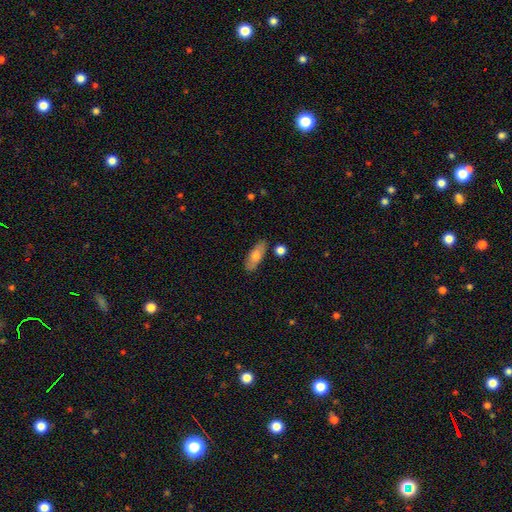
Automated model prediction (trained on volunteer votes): This is likely a smooth galaxy (69%). How rounded: likely in between (72%). Merging: clearly none (82%).